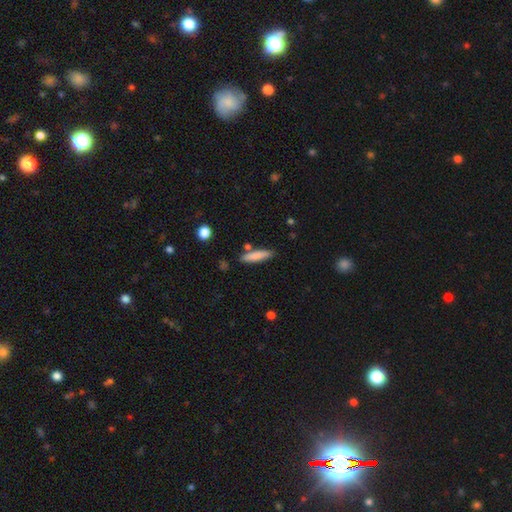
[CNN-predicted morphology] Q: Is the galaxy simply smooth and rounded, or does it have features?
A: smooth — 80%.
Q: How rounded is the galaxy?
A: cigar-shaped — 82%.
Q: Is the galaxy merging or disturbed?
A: none — 81%.